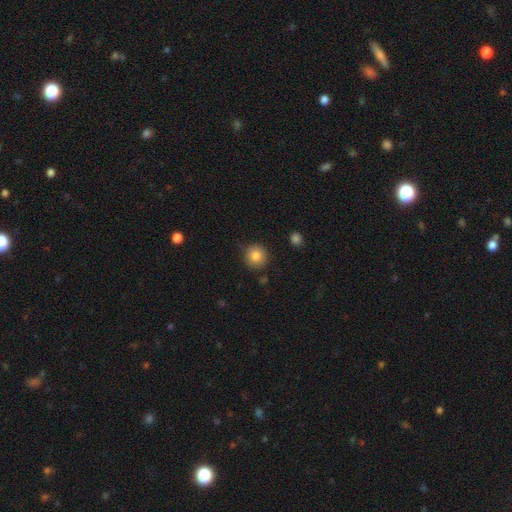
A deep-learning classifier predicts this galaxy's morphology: Smooth or featured? smooth (84%)
How rounded? round (93%)
Merging? none (87%)